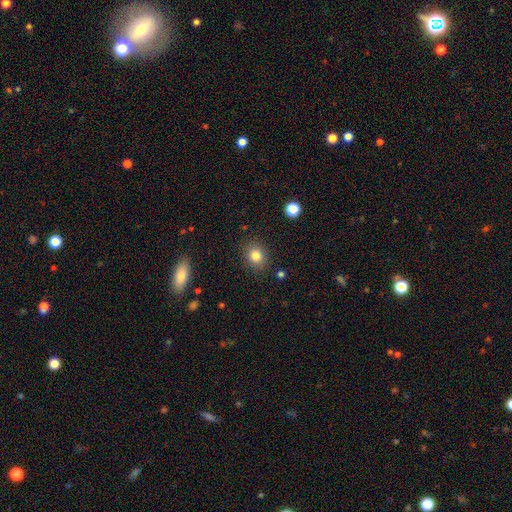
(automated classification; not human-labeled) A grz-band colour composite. It shows a smooth galaxy with no disk features (83%) that is round (67%). Merging: none (87%).